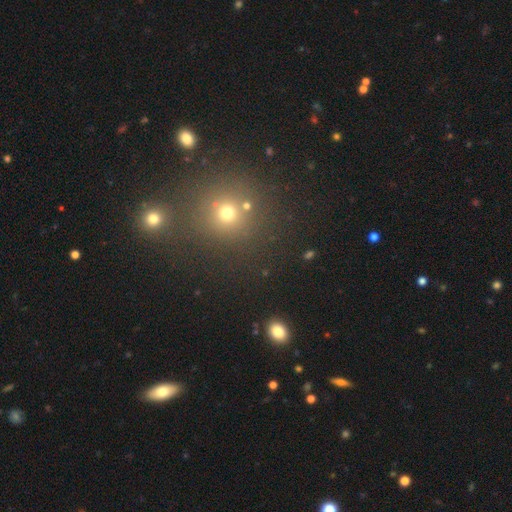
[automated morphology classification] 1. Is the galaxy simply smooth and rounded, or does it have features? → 50% star or artifact, 42% smooth, 8% featured or disk.